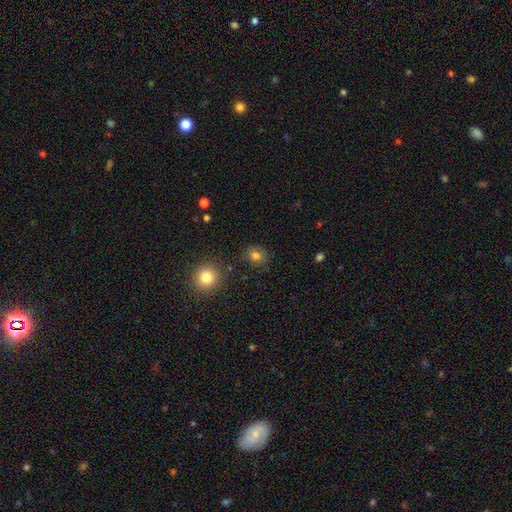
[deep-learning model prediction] Smooth or featured? smooth (81%)
How rounded? round (68%)
Merging? none (83%)